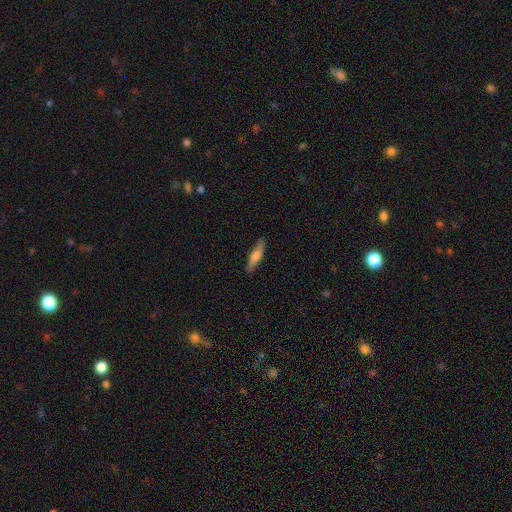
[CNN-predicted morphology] A smooth galaxy with no disk features (62%) that is cigar-shaped (78%). Merging: none (88%).